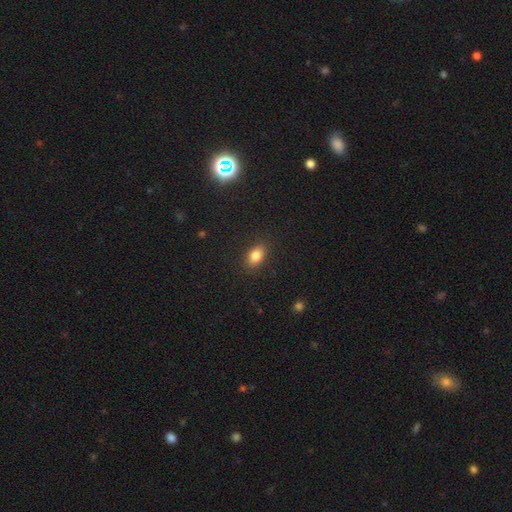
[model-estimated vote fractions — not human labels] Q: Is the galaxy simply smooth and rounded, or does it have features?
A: smooth — 83%.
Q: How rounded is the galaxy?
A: in between — 85%.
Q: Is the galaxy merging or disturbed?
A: none — 87%.